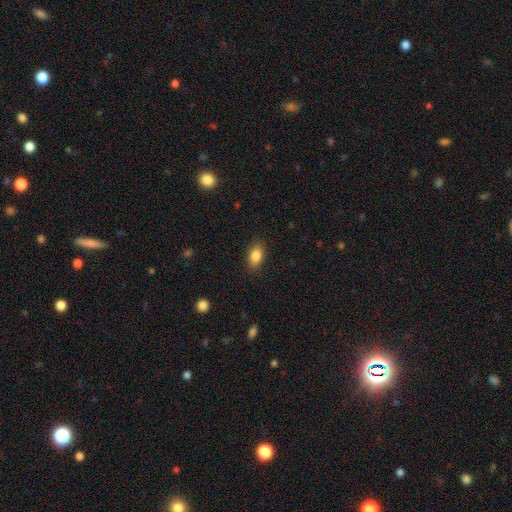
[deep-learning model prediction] Morphology: type=smooth (86%); roundness=in between (89%); merging=none (87%).